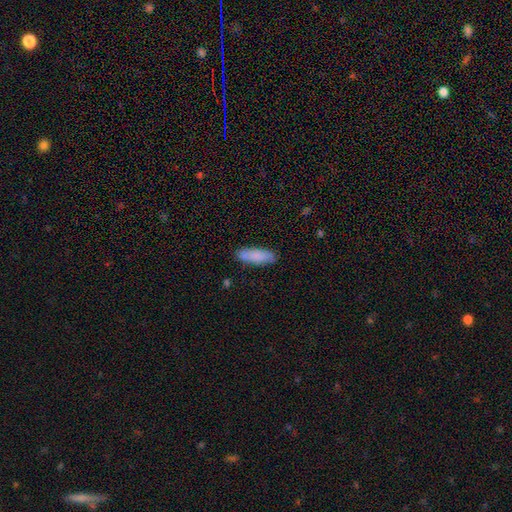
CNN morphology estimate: A smooth galaxy with no disk features (82%) that is in between round and cigar-shaped (54%). Merging: none (77%).